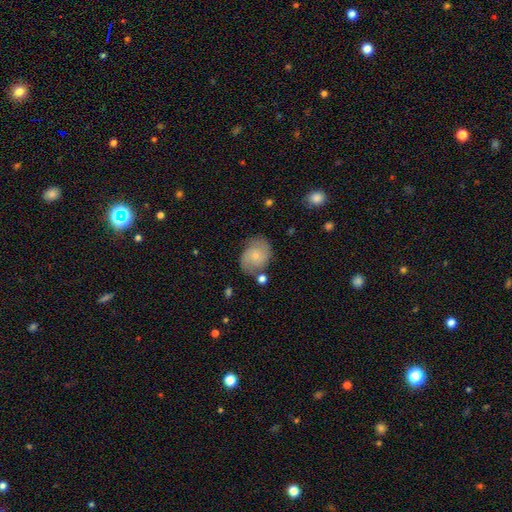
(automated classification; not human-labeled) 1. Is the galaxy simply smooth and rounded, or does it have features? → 49% smooth, 43% featured or disk, 8% star or artifact.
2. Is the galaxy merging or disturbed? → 66% none, 21% minor disturbance, 7% major disturbance, 6% merger.